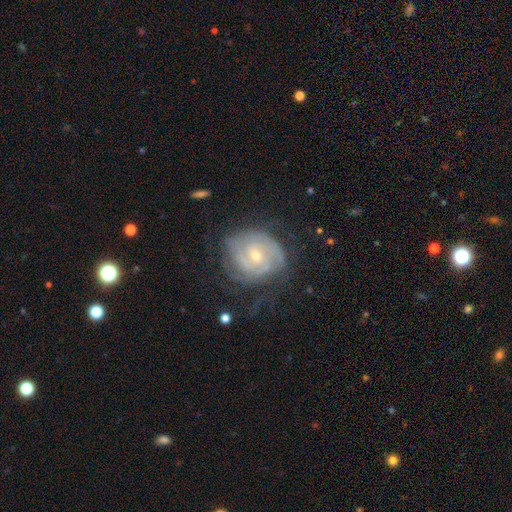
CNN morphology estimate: Smooth or featured?
  - featured or disk: 80% *
  - smooth: 13%
  - star or artifact: 6%
Edge-on disk?
  - no: 97% *
  - yes: 3%
Bar?
  - no: 51% *
  - weak: 42%
  - strong: 7%
Spiral arms?
  - yes: 91% *
  - no: 9%
Spiral winding?
  - tight: 68% *
  - medium: 24%
  - loose: 7%
Spiral arm count?
  - can't tell: 42% *
  - 2: 26%
  - 3: 16%
  - 4: 8%
  - 1: 5%
  - more than 4: 4%
Bulge size?
  - small: 54% *
  - moderate: 42%
  - large: 2%
  - none: 1%
  - dominant: 1%
Merging?
  - none: 62% *
  - minor disturbance: 22%
  - major disturbance: 15%
  - merger: 2%